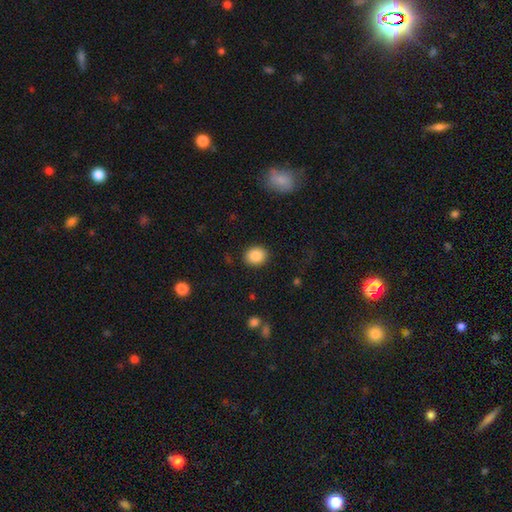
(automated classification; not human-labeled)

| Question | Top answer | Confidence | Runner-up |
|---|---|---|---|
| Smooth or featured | smooth | 88% | star or artifact (8%) |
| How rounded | round | 60% | in between (39%) |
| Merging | none | 89% | minor disturbance (7%) |